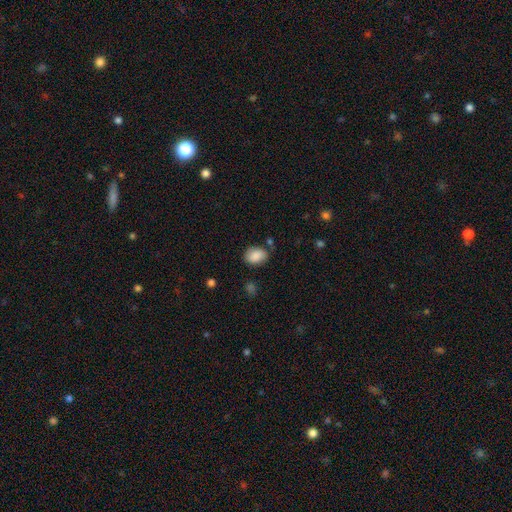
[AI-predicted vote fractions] smooth_or_featured: smooth (p=0.87) [alt: star or artifact p=0.08]
how_rounded: in between (p=0.71) [alt: round p=0.28]
merging: none (p=0.73) [alt: minor disturbance p=0.18]